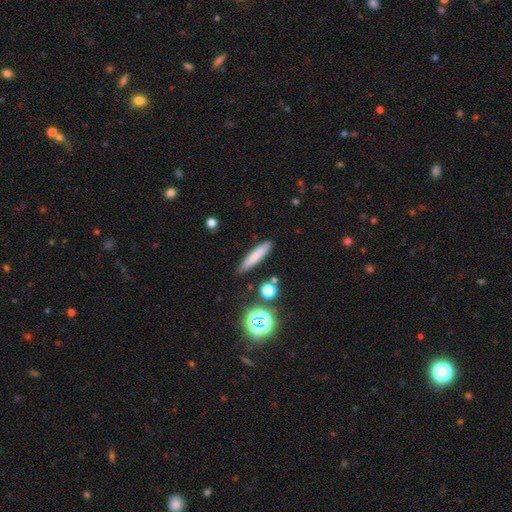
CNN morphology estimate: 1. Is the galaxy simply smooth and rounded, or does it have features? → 75% smooth, 15% featured or disk, 10% star or artifact.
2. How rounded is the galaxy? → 90% cigar-shaped, 8% in between, 2% round.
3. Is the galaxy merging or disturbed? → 88% none, 8% minor disturbance, 2% merger, 2% major disturbance.